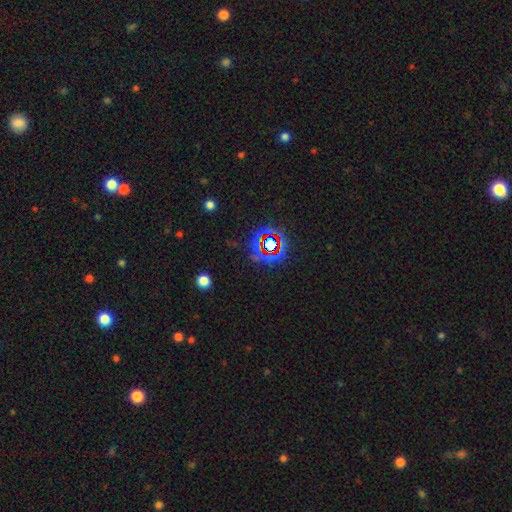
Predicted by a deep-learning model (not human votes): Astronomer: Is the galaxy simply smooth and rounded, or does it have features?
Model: star or artifact — 57%.